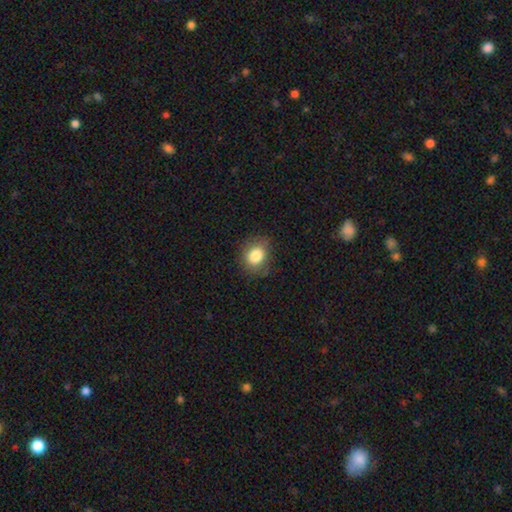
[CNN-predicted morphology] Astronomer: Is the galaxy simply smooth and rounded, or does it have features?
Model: smooth — 83%.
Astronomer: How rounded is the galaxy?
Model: round — 57% (runner-up: in between, 42%).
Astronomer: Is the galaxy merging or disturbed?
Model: none — 81%.